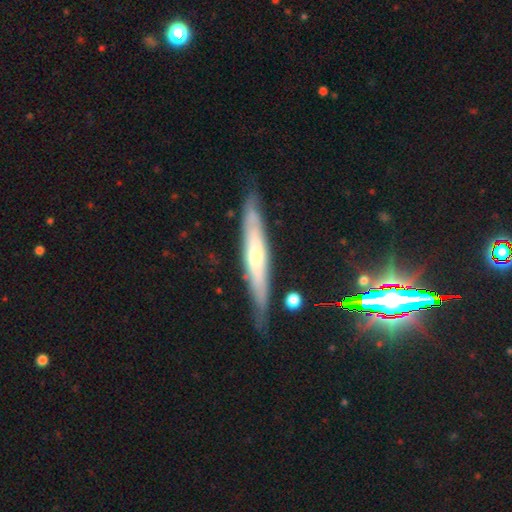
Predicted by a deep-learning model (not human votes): Q: Smooth or featured?
A: featured or disk (63%); runner-up: smooth (30%)
Q: Edge-on disk?
A: yes (84%); runner-up: no (16%)
Q: Edge-on bulge?
A: rounded (62%); runner-up: none (31%)
Q: Merging?
A: none (80%); runner-up: minor disturbance (15%)